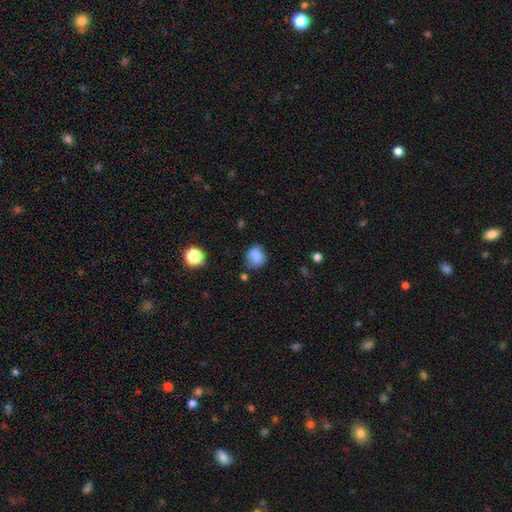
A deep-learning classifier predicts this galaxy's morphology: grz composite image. It shows a smooth galaxy with no disk features (81%) that is round (61%). Merging: none (63%).